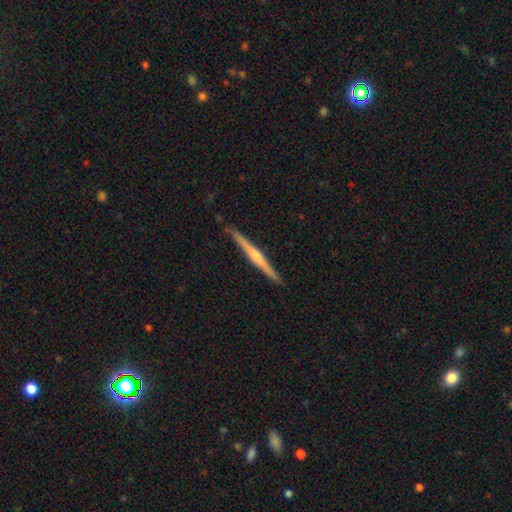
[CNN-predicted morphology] type=featured or disk (69%); edge-on=yes (98%); edge-on bulge=rounded (68%); merging=none (90%).